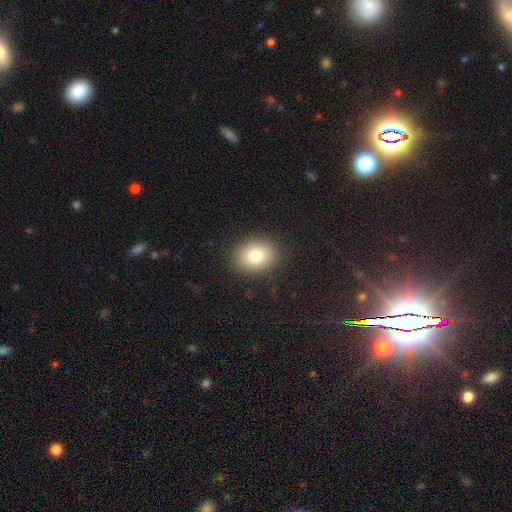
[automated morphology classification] smooth_or_featured: smooth (p=0.81) [alt: star or artifact p=0.10]
how_rounded: in between (p=0.53) [alt: round p=0.46]
merging: none (p=0.87) [alt: minor disturbance p=0.09]